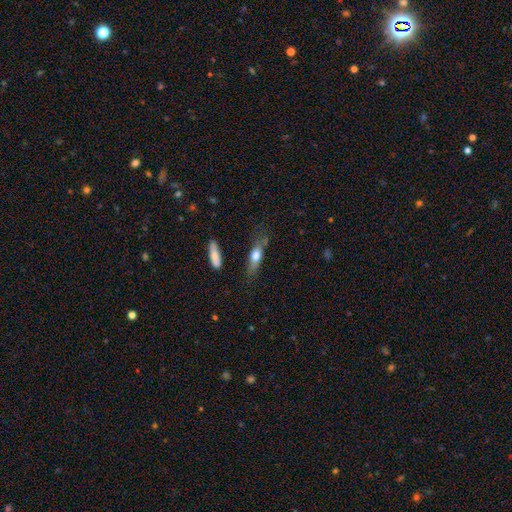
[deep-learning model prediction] This appears to be a smooth galaxy with no disk features (60%) that is cigar-shaped (58%). Merging: none (64%).